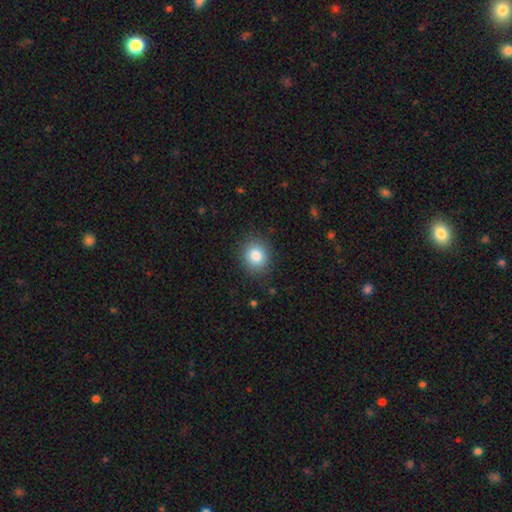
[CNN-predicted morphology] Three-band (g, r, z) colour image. It shows a smooth galaxy with no disk features (85%) that is round (72%). Merging: none (87%).